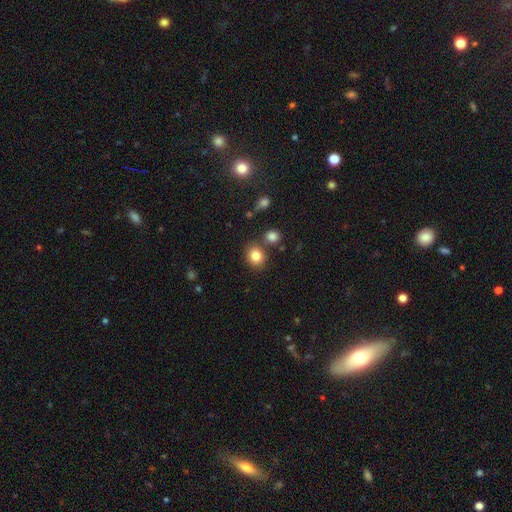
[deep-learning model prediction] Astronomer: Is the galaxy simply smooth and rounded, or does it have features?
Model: smooth — 84%.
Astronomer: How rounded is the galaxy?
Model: round — 70%.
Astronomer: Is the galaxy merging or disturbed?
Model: none — 74%.